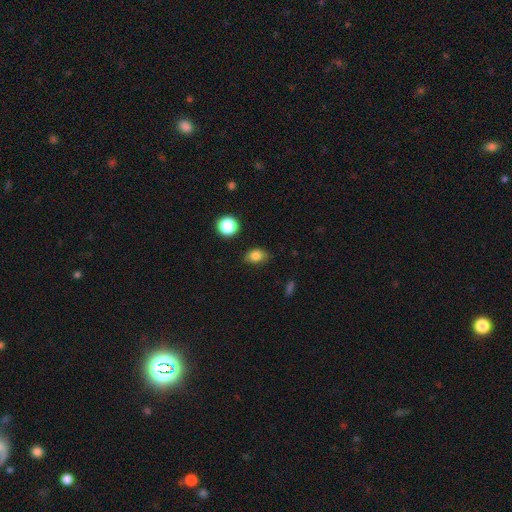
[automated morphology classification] smooth 82%, star or artifact 11%, featured or disk 6%. Down the decision tree: how rounded — in between (73%); merging — none (78%).